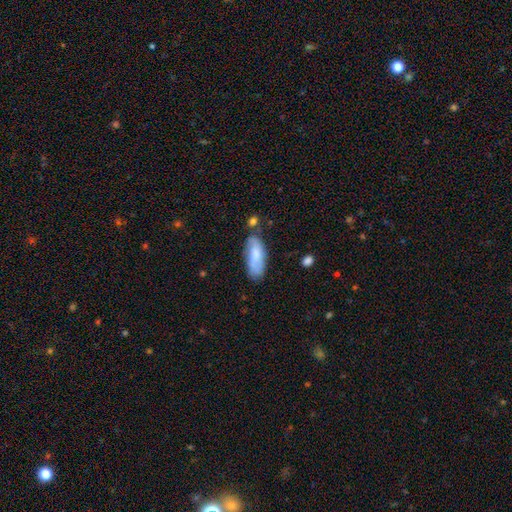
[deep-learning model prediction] A smooth galaxy with no disk features (72%) that is in between round and cigar-shaped (75%).

Vote fractions:
- Smooth or featured? smooth: 72% / featured or disk: 22% / star or artifact: 6%
- How rounded? in between: 75% / cigar-shaped: 24% / round: 2%
- Merging? none: 67% / minor disturbance: 22% / merger: 6% / major disturbance: 5%